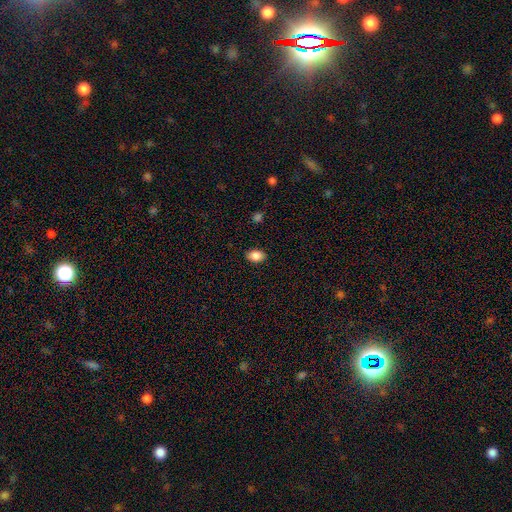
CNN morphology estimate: smooth_or_featured: smooth (p=0.86) [alt: star or artifact p=0.08]
how_rounded: in between (p=0.86) [alt: round p=0.13]
merging: none (p=0.87) [alt: minor disturbance p=0.09]